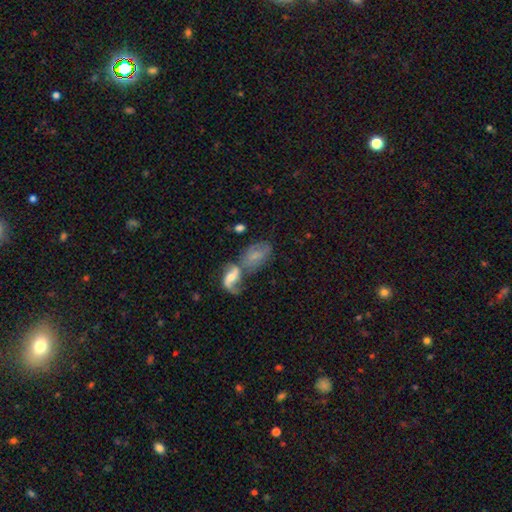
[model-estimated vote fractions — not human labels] A smooth galaxy with no disk features (46%).

Vote fractions:
- Smooth or featured? smooth: 46% / featured or disk: 45% / star or artifact: 9%
- Merging? merger: 53% / none: 22% / minor disturbance: 13% / major disturbance: 12%